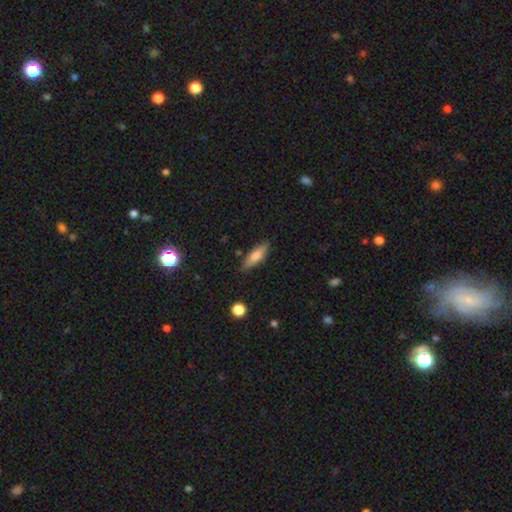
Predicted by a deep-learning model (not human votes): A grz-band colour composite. It shows a smooth galaxy with no disk features (75%) that is in between round and cigar-shaped (53%). Merging: none (83%).